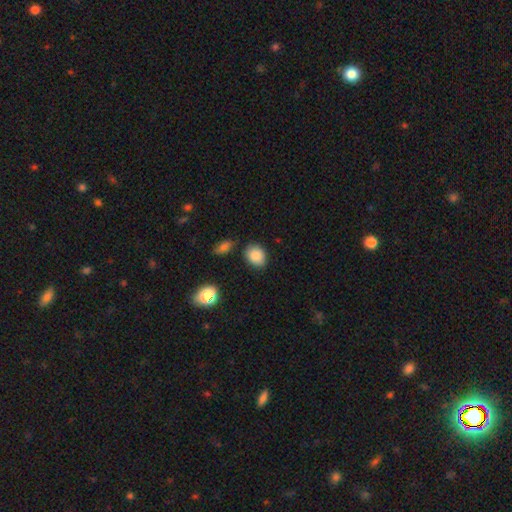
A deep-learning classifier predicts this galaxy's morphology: Q: Smooth or featured?
A: smooth (86%); runner-up: star or artifact (9%)
Q: How rounded?
A: in between (59%); runner-up: round (40%)
Q: Merging?
A: none (78%); runner-up: minor disturbance (15%)